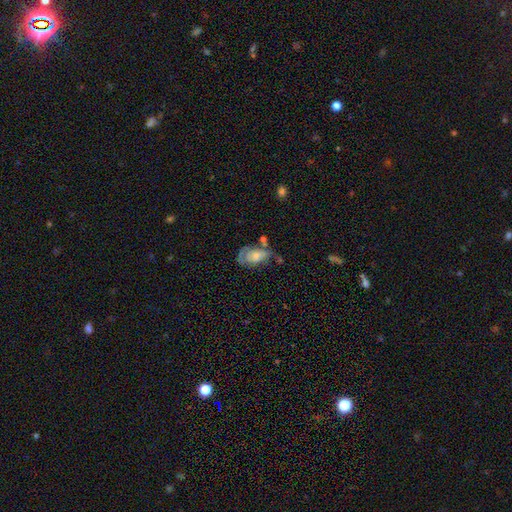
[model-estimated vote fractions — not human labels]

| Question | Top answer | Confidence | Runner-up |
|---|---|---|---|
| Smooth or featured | smooth | 47% | featured or disk (46%) |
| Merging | none | 33% | minor disturbance (30%) |